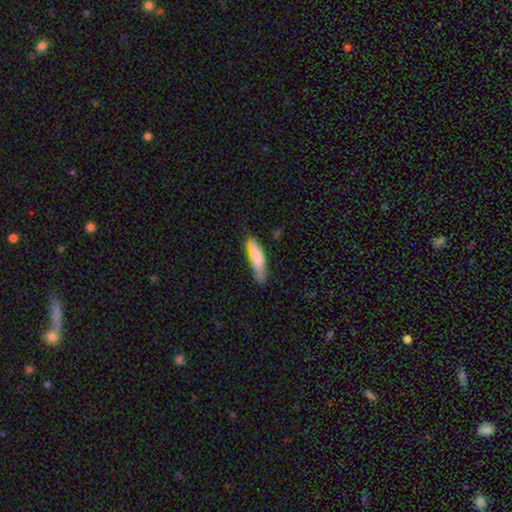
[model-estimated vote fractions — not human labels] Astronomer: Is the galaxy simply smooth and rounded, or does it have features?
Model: smooth — 73%.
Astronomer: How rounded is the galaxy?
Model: cigar-shaped — 59% (runner-up: in between, 39%).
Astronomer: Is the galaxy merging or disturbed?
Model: none — 64%.